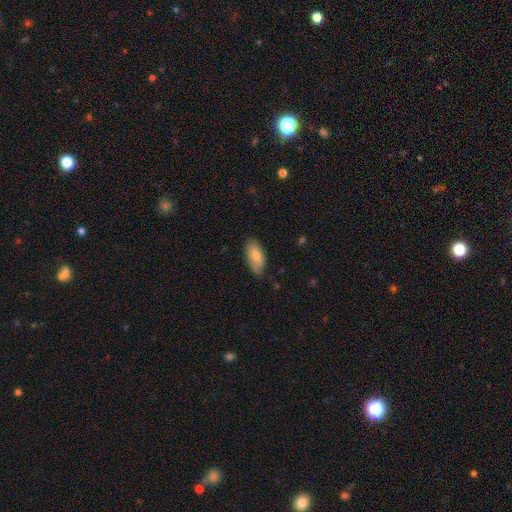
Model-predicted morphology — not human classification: smooth 78%, featured or disk 15%, star or artifact 6%. Down the decision tree: how rounded — in between (88%); merging — none (76%).